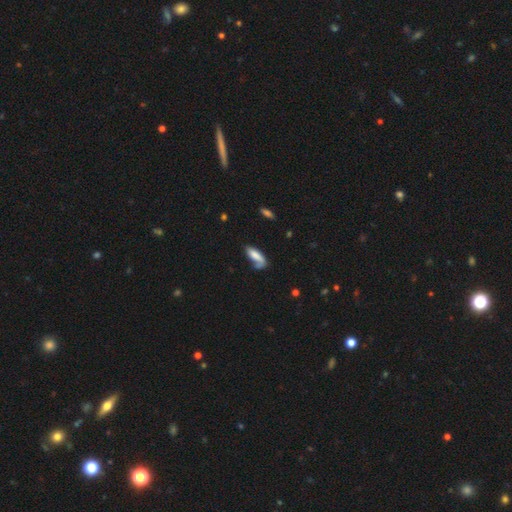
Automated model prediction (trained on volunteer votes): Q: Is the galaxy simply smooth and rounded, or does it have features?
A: smooth — 69%.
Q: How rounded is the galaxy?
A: in between — 70%.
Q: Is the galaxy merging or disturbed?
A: none — 44%.